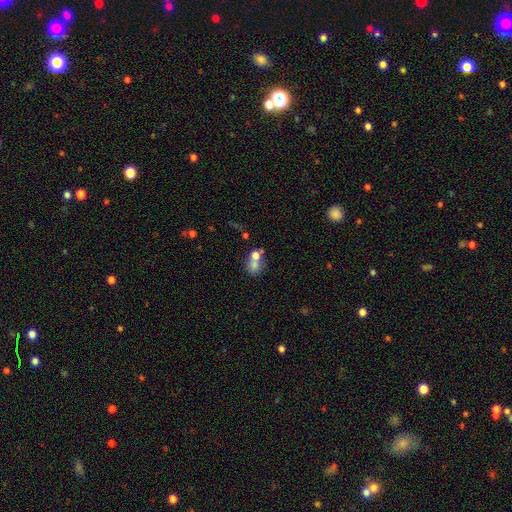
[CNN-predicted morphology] type=smooth (68%); roundness=round (51%); merging=merger (57%).